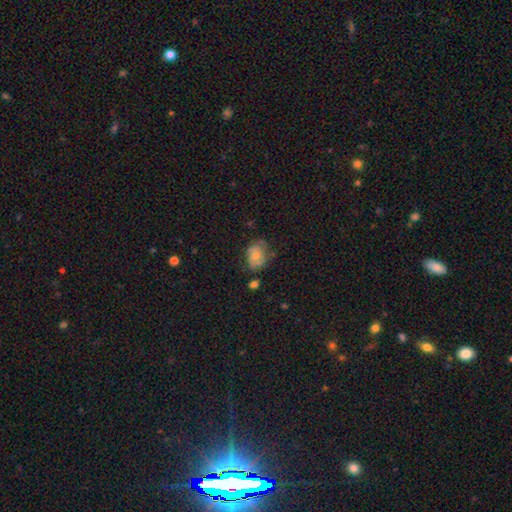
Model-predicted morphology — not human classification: This is possibly a smooth galaxy (50%). Merging: possibly none (59%).